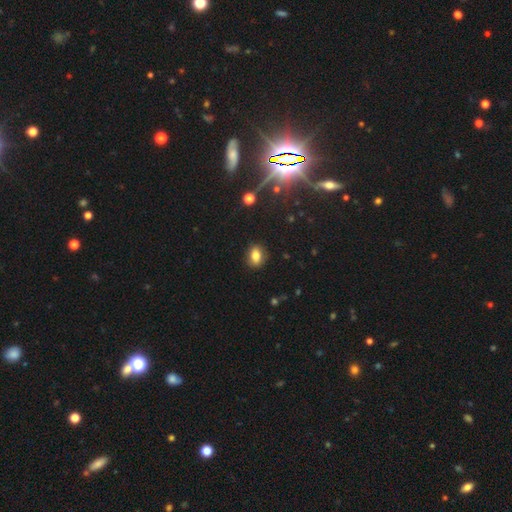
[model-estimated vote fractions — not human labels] Smooth or featured?
  - smooth: 81% *
  - star or artifact: 10%
  - featured or disk: 9%
How rounded?
  - in between: 75% *
  - round: 23%
  - cigar-shaped: 2%
Merging?
  - none: 86% *
  - minor disturbance: 10%
  - major disturbance: 3%
  - merger: 1%